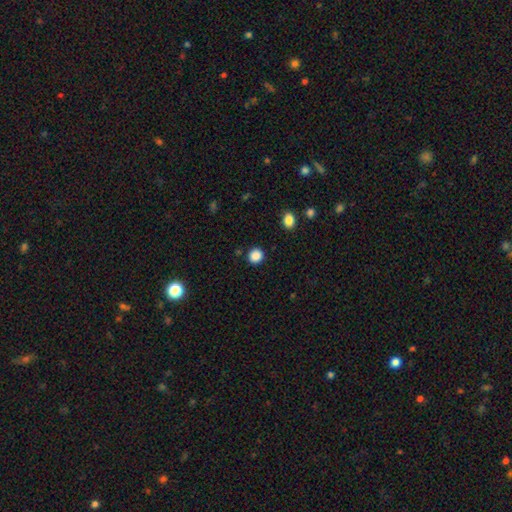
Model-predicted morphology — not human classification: The model was most divided on "smooth or featured": smooth: 87%, star or artifact: 10%, featured or disk: 3%. More confident: merging — none (90%); how rounded — round (88%).